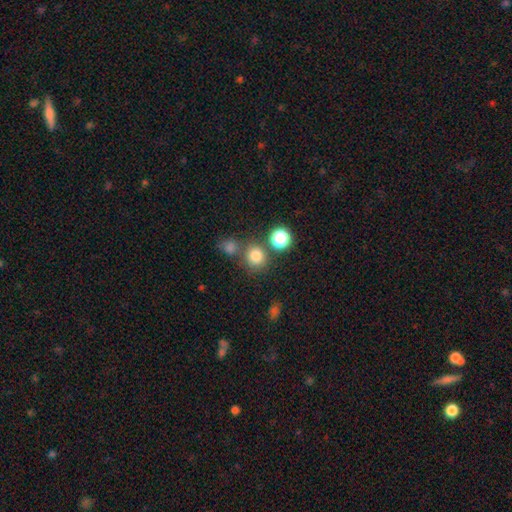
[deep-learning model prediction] Smooth or featured?
  - smooth: 78% *
  - star or artifact: 16%
  - featured or disk: 6%
How rounded?
  - round: 86% *
  - in between: 13%
  - cigar-shaped: 1%
Merging?
  - none: 69% *
  - merger: 18%
  - minor disturbance: 9%
  - major disturbance: 4%